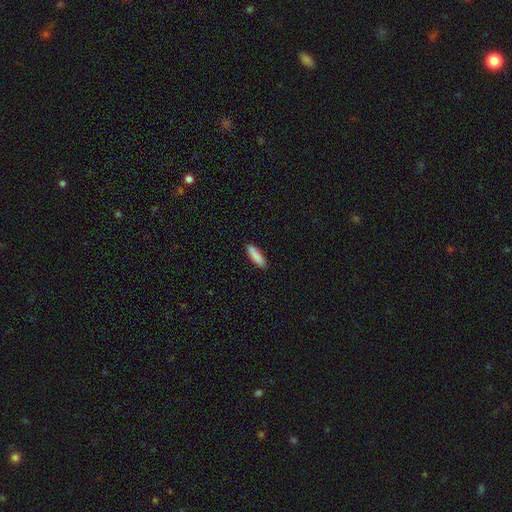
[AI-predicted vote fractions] The model was most divided on "how rounded": cigar-shaped: 69%, in between: 30%, round: 1%. More confident: merging — none (89%); smooth or featured — smooth (88%).